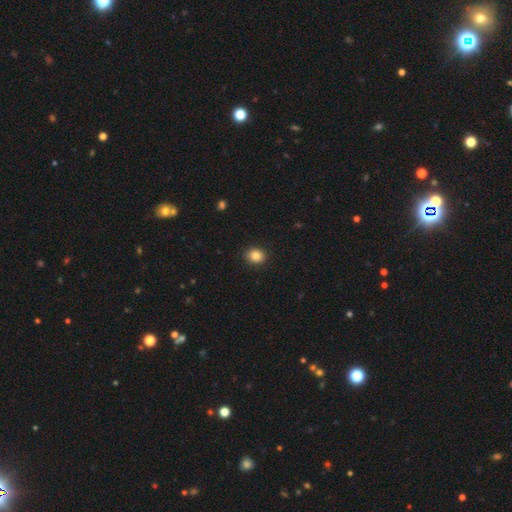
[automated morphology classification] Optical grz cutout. It shows a smooth galaxy with no disk features (87%) that is round (64%). Merging: none (90%).